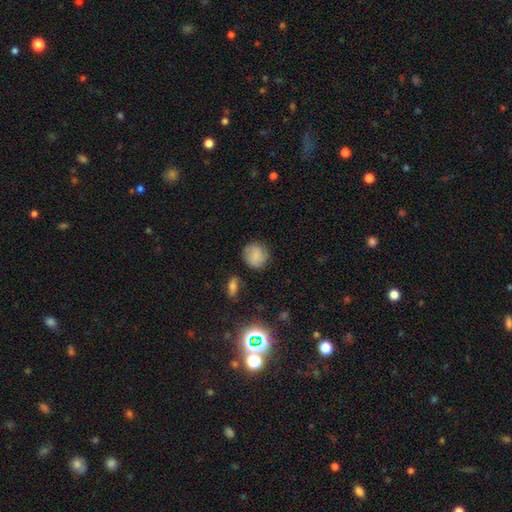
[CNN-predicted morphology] smooth 79%, featured or disk 12%, star or artifact 10%. Down the decision tree: how rounded — round (86%); merging — none (80%).